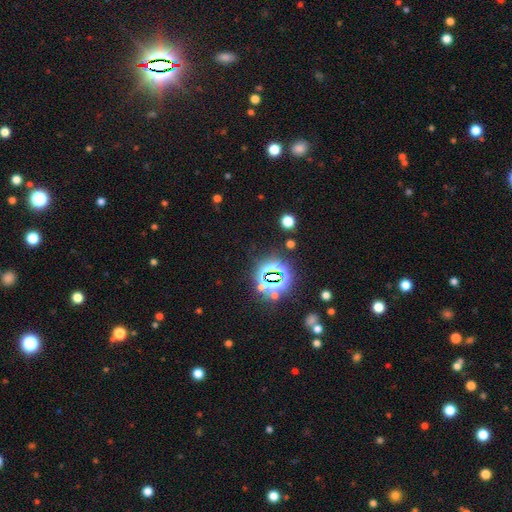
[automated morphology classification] smooth-or-featured: star or artifact: 83% | smooth: 10% | featured or disk: 7%